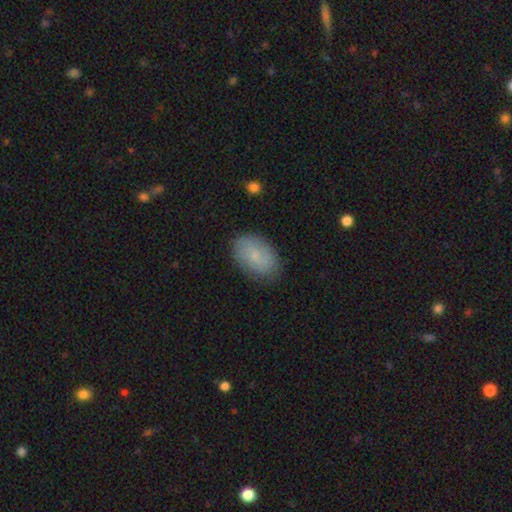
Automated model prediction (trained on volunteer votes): smooth_or_featured: smooth (p=0.68) [alt: featured or disk p=0.25]
how_rounded: in between (p=0.88) [alt: round p=0.11]
merging: none (p=0.80) [alt: minor disturbance p=0.15]